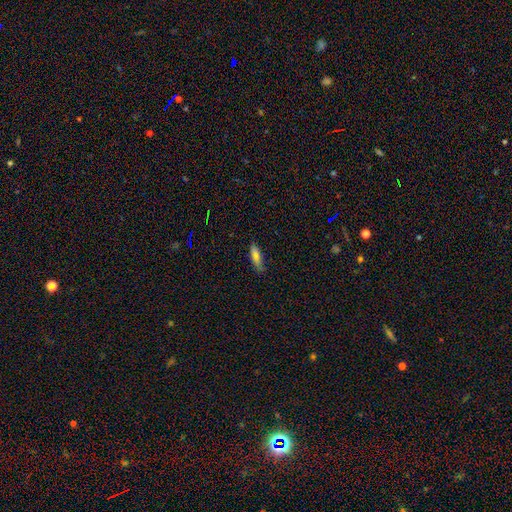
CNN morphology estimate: The model was most divided on "how rounded": cigar-shaped: 54%, in between: 44%, round: 2%. More confident: smooth or featured — smooth (80%); merging — none (73%).